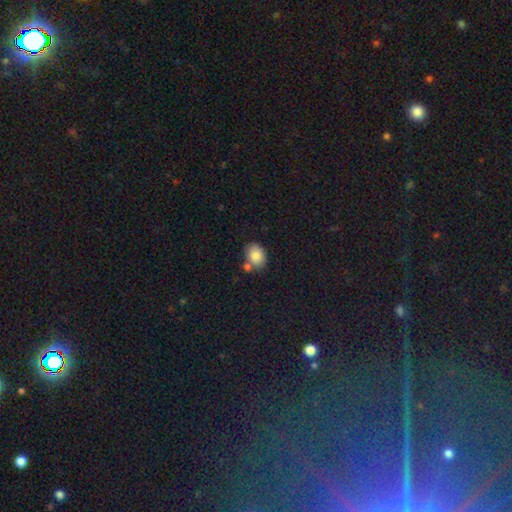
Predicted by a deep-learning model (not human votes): Smooth or featured? Predicted: smooth (p=0.84). How rounded? Predicted: in between (p=0.67). Merging? Predicted: none (p=0.59).